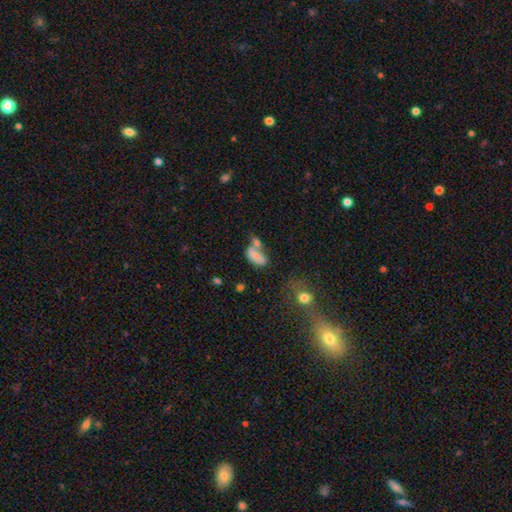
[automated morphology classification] Overall: smooth (69%). How rounded: in between (88%). Merging: merger (45%; none 27%).